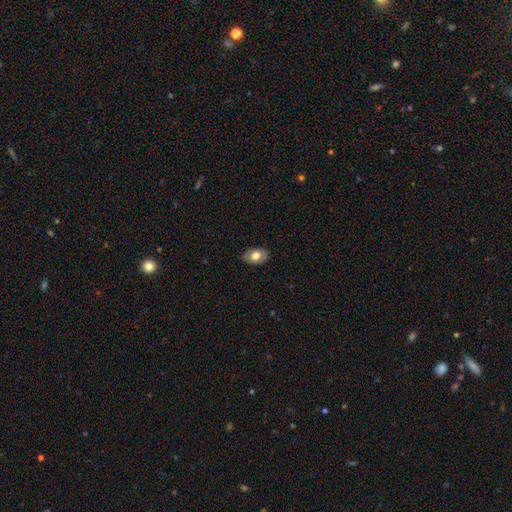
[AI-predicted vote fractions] A smooth galaxy with no disk features (73%) that is in between round and cigar-shaped (86%).

Vote fractions:
- Smooth or featured? smooth: 73% / featured or disk: 20% / star or artifact: 7%
- How rounded? in between: 86% / round: 13% / cigar-shaped: 1%
- Merging? none: 83% / minor disturbance: 14% / major disturbance: 2% / merger: 1%